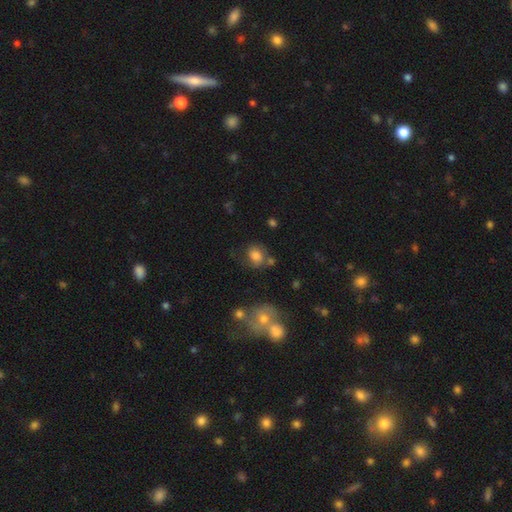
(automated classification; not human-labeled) Q: Smooth or featured?
A: smooth (71%); runner-up: featured or disk (18%)
Q: How rounded?
A: round (54%); runner-up: in between (45%)
Q: Merging?
A: none (56%); runner-up: minor disturbance (23%)